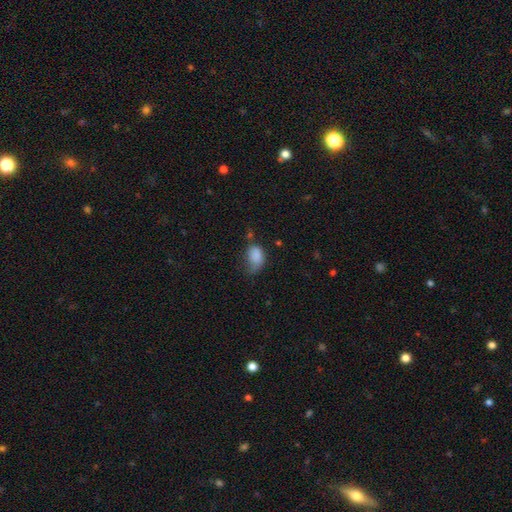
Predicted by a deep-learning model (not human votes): smooth-or-featured: smooth: 82% | featured or disk: 9% | star or artifact: 9%
  how-rounded: in between: 84% | round: 15% | cigar-shaped: 1%
  merging: minor disturbance: 38% | major disturbance: 29% | none: 28% | merger: 4%